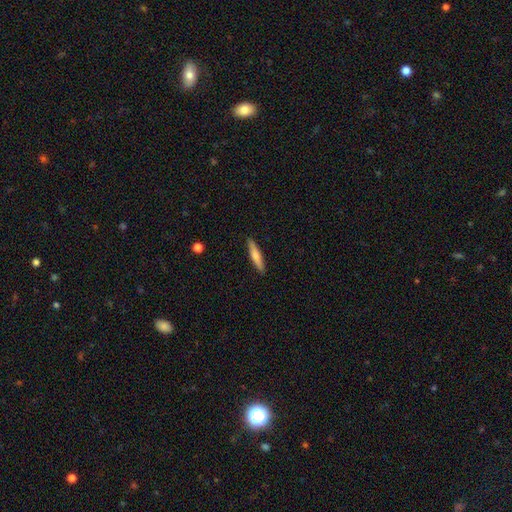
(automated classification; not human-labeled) Smooth or featured? Predicted: smooth (p=0.65). How rounded? Predicted: cigar-shaped (p=0.87). Merging? Predicted: none (p=0.90).